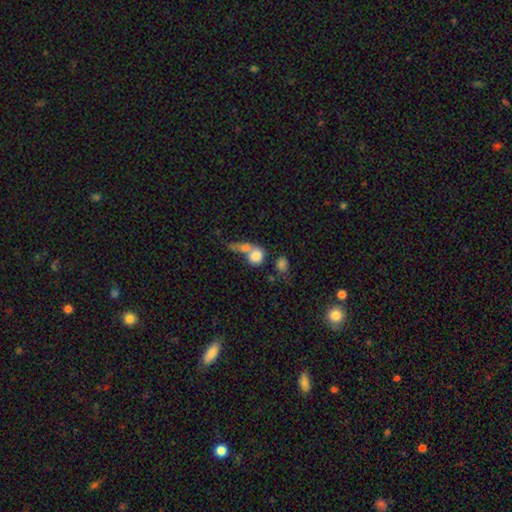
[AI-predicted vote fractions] Smooth or featured? Predicted: smooth (p=0.78). How rounded? Predicted: round (p=0.66). Merging? Predicted: merger (p=0.59).